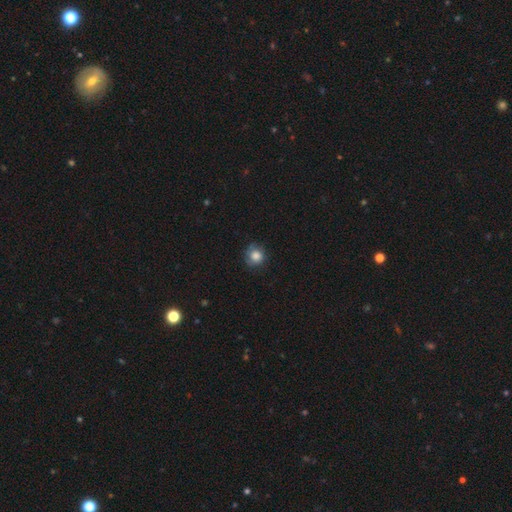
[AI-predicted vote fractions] smooth 80%, featured or disk 10%, star or artifact 10%. Down the decision tree: how rounded — round (87%); merging — none (71%).